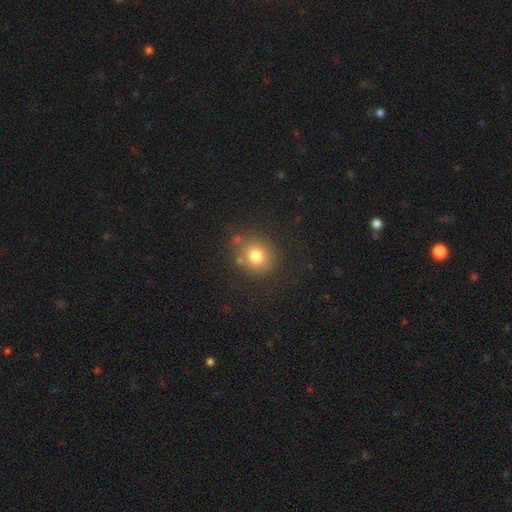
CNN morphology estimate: smooth 77%, star or artifact 13%, featured or disk 10%. Down the decision tree: how rounded — round (81%); merging — none (79%).